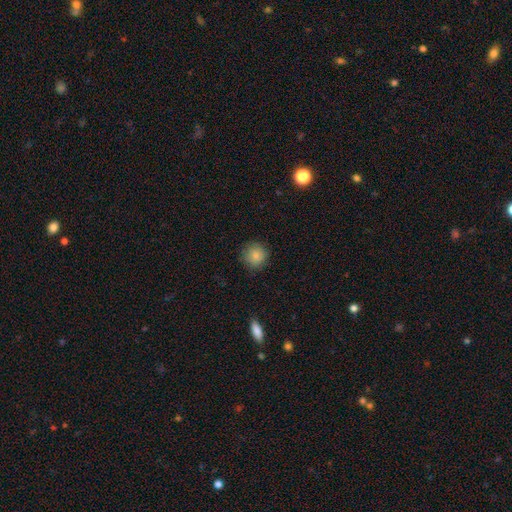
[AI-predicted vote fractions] Smooth or featured: smooth — 86% (star or artifact — 9%)
How rounded: round — 92% (in between — 7%)
Merging: none — 86% (minor disturbance — 10%)